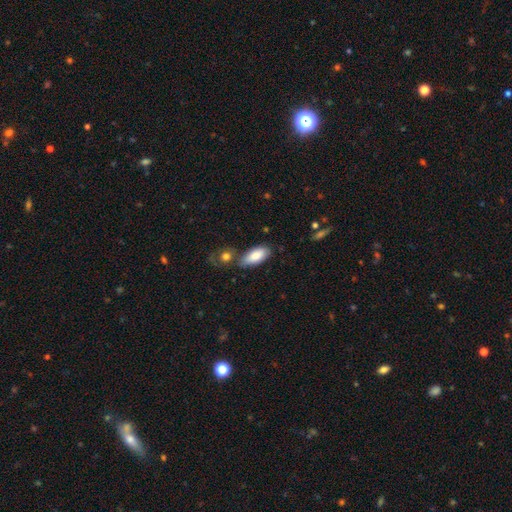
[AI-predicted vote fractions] Q: Smooth or featured?
A: smooth (84%); runner-up: featured or disk (10%)
Q: How rounded?
A: in between (88%); runner-up: cigar-shaped (10%)
Q: Merging?
A: none (69%); runner-up: minor disturbance (16%)